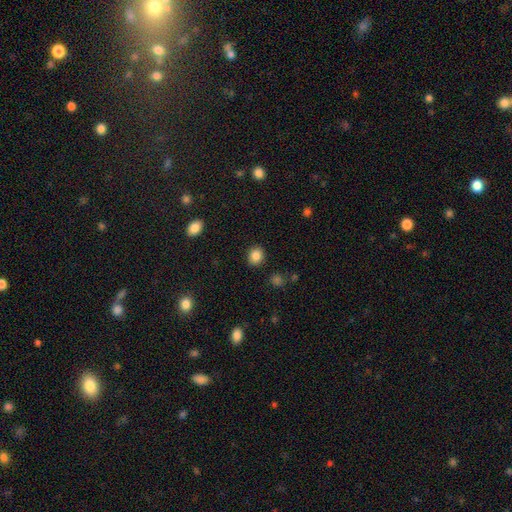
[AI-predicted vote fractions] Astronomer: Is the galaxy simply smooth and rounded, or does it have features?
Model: smooth — 85%.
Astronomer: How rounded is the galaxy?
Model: round — 70%.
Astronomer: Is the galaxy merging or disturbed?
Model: none — 89%.